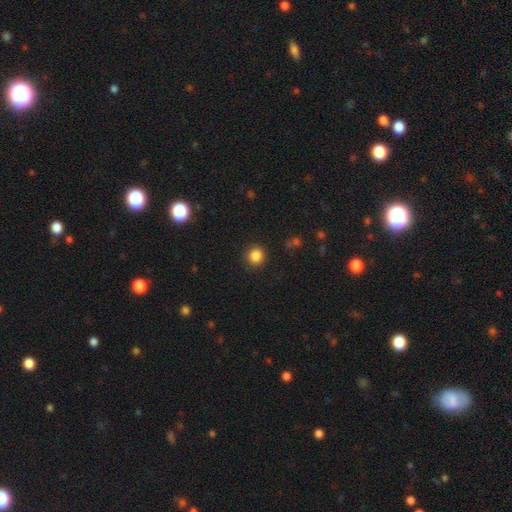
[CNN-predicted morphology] smooth_or_featured: smooth (p=0.85) [alt: star or artifact p=0.11]
how_rounded: round (p=0.90) [alt: in between p=0.09]
merging: none (p=0.89) [alt: minor disturbance p=0.07]